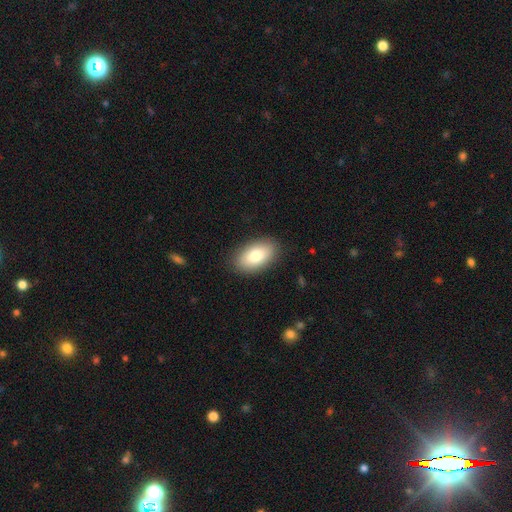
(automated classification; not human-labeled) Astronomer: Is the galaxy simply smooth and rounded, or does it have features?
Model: smooth — 81%.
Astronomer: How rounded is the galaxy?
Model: in between — 93%.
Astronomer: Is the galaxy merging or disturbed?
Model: none — 87%.